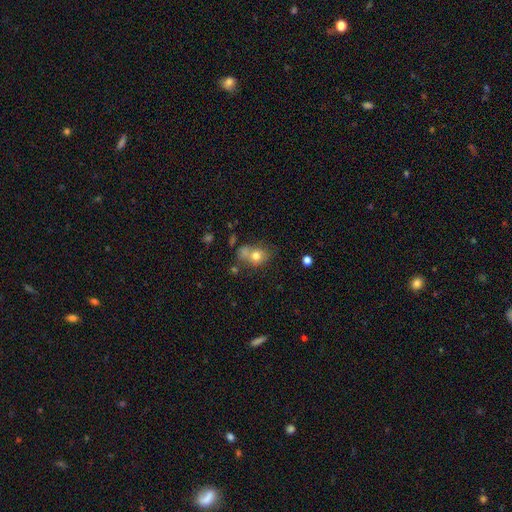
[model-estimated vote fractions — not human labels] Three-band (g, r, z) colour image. It shows a smooth galaxy with no disk features (76%) that is round (63%). Merging: none (47%).